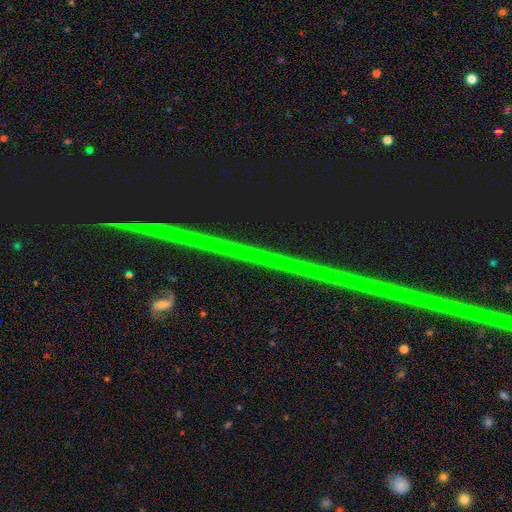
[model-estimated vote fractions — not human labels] Smooth or featured? star or artifact (88%)